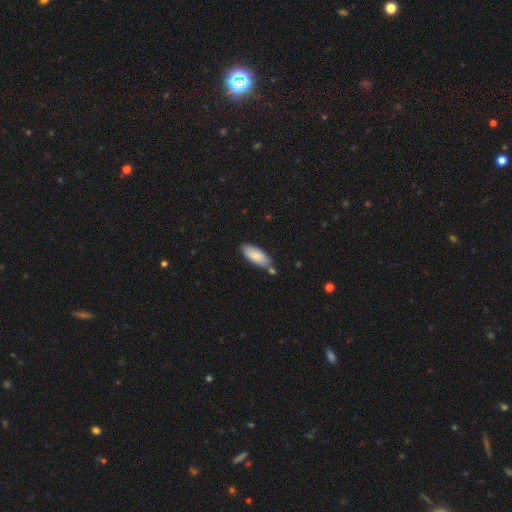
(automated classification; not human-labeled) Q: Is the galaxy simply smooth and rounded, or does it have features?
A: smooth — 84%.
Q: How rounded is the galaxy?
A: in between — 77%.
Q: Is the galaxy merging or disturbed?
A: none — 68%.